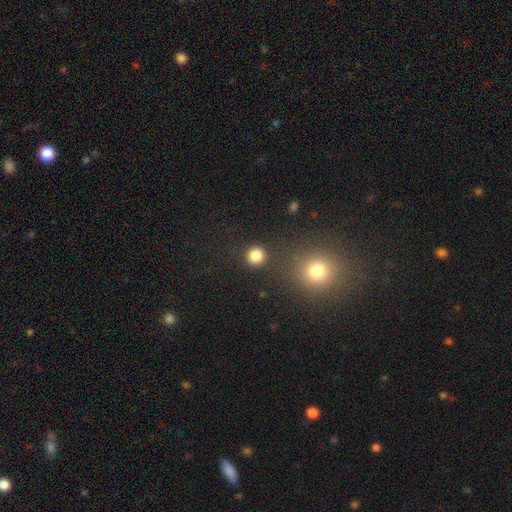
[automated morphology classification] Smooth or featured? Predicted: smooth (p=0.83). How rounded? Predicted: round (p=0.92). Merging? Predicted: none (p=0.88).